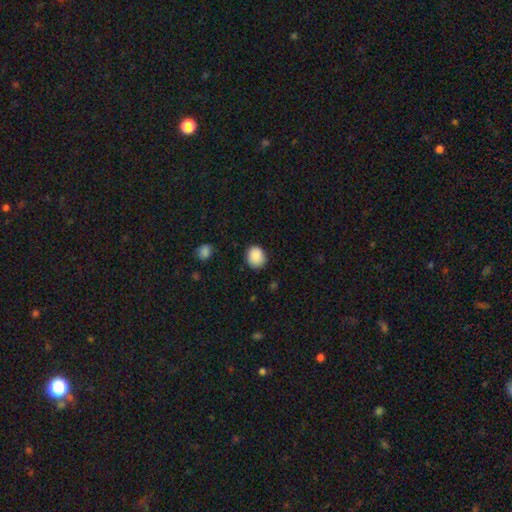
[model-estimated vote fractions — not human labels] A smooth galaxy with no disk features (89%) that is round (71%).

Vote fractions:
- Smooth or featured? smooth: 89% / star or artifact: 8% / featured or disk: 3%
- How rounded? round: 71% / in between: 29% / cigar-shaped: 1%
- Merging? none: 84% / minor disturbance: 12% / major disturbance: 3% / merger: 1%